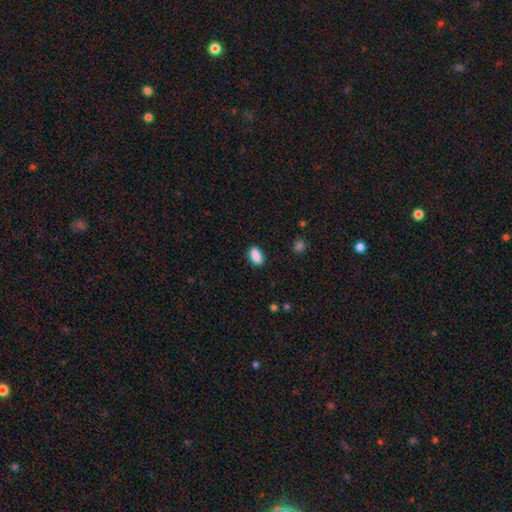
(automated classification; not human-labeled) smooth-or-featured: smooth: 89% | star or artifact: 8% | featured or disk: 3%
  how-rounded: in between: 90% | round: 6% | cigar-shaped: 4%
  merging: none: 87% | minor disturbance: 10% | major disturbance: 2% | merger: 1%